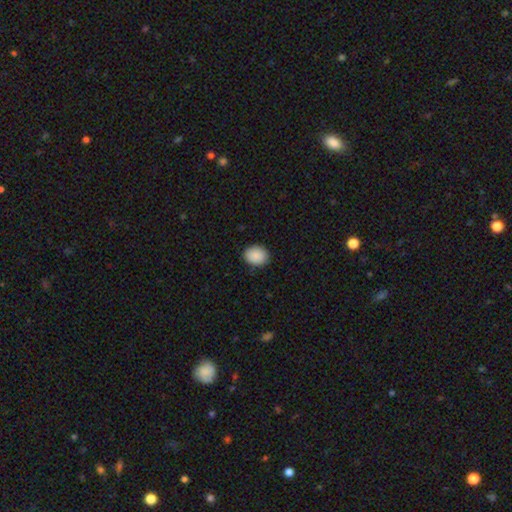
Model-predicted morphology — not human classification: Smooth or featured? Predicted: smooth (p=0.90). How rounded? Predicted: in between (p=0.50). Merging? Predicted: none (p=0.87).